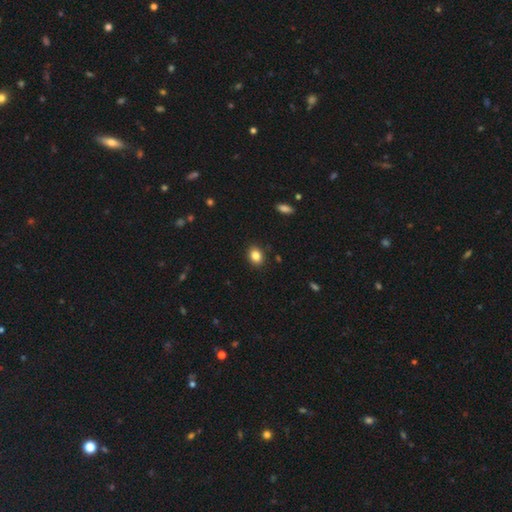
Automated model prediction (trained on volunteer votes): This appears to be a smooth galaxy with no disk features (85%) that is in between round and cigar-shaped (57%). Merging: none (89%).